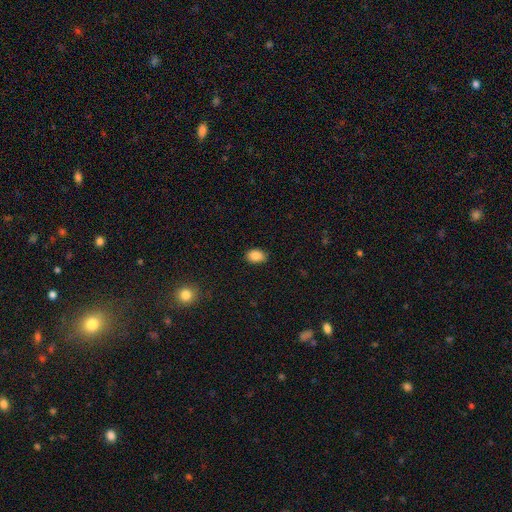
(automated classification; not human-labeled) This is clearly a smooth galaxy (87%). How rounded: likely in between (79%). Merging: clearly none (86%).